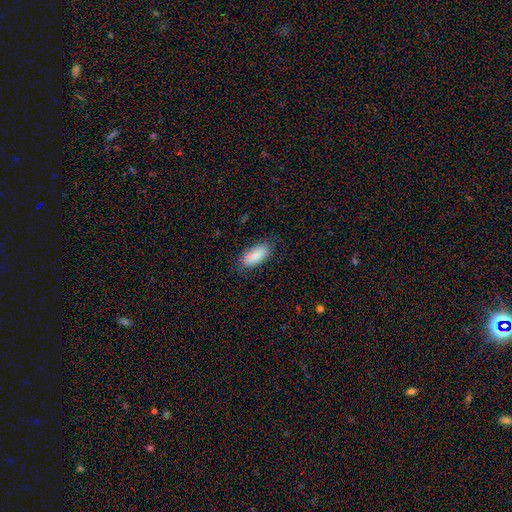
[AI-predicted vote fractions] Smooth or featured? Predicted: smooth (p=0.88). How rounded? Predicted: in between (p=0.89). Merging? Predicted: none (p=0.79).